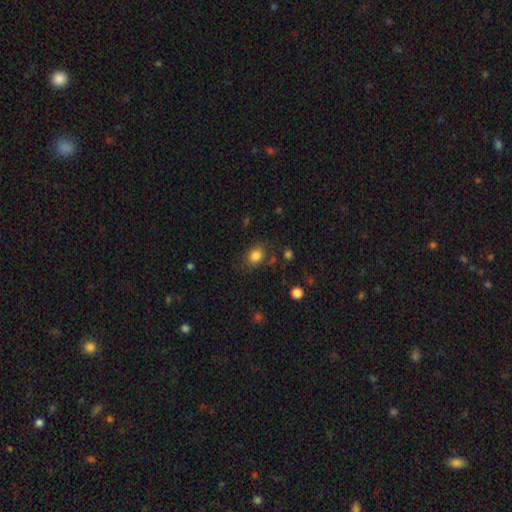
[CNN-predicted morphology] A smooth galaxy with no disk features (83%) that is in between round and cigar-shaped (60%).

Vote fractions:
- Smooth or featured? smooth: 83% / star or artifact: 11% / featured or disk: 6%
- How rounded? in between: 60% / round: 39% / cigar-shaped: 1%
- Merging? none: 74% / minor disturbance: 16% / major disturbance: 6% / merger: 4%